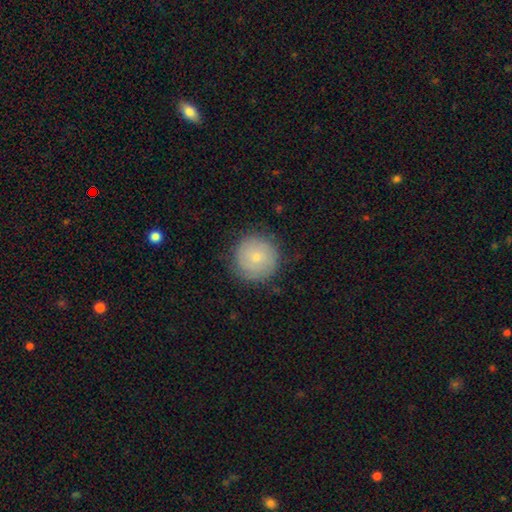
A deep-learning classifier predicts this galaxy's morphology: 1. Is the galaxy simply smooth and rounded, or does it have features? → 61% smooth, 31% featured or disk, 8% star or artifact.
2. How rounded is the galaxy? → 95% round, 4% in between, 1% cigar-shaped.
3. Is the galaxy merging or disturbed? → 83% none, 12% minor disturbance, 3% major disturbance, 1% merger.